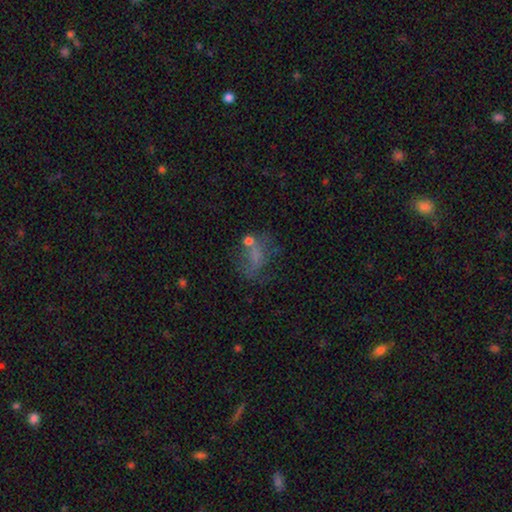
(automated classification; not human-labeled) Smooth or featured?
  - smooth: 45% *
  - featured or disk: 34%
  - star or artifact: 21%
Merging?
  - none: 38% *
  - major disturbance: 29%
  - minor disturbance: 20%
  - merger: 13%